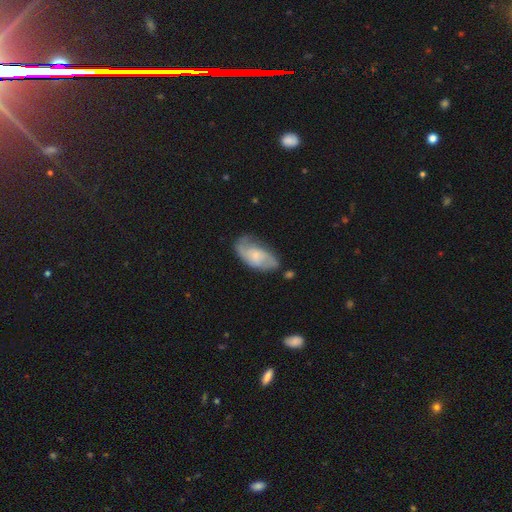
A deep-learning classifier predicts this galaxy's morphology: featured or disk 60%, smooth 33%, star or artifact 6%. Down the decision tree: edge-on disk — no (94%); bar — no (67%); spiral arms — yes (85%); bulge size — small (67%); merging — none (56%).